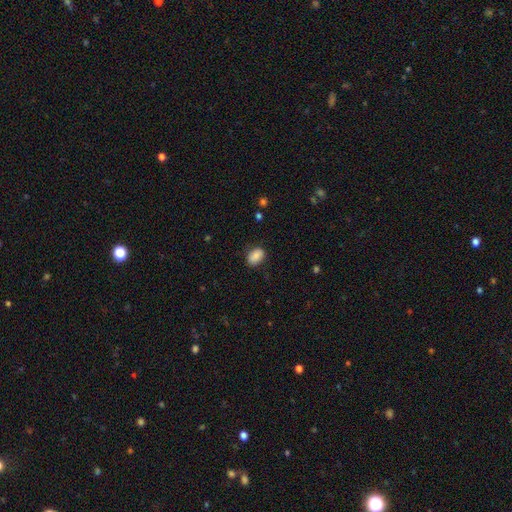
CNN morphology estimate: smooth-or-featured: smooth: 85% | star or artifact: 8% | featured or disk: 7%
  how-rounded: in between: 80% | round: 18% | cigar-shaped: 1%
  merging: none: 81% | minor disturbance: 14% | major disturbance: 3% | merger: 1%